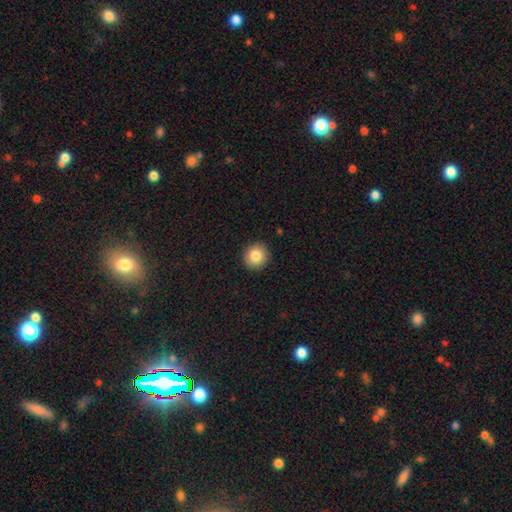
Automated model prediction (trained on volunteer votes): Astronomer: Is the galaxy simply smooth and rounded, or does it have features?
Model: smooth — 84%.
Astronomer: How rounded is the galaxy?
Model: round — 91%.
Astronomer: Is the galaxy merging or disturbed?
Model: none — 92%.